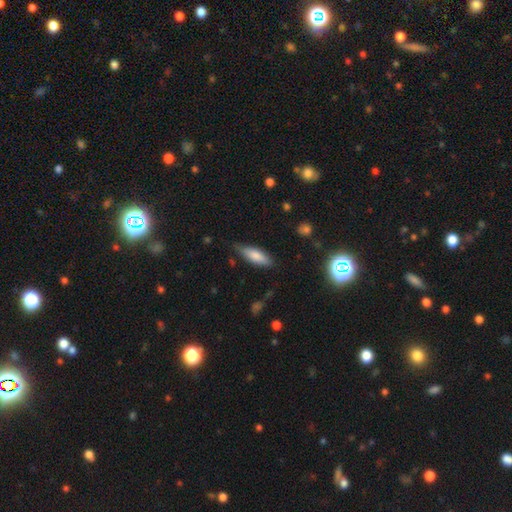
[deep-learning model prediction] smooth 77%, featured or disk 17%, star or artifact 6%. Down the decision tree: how rounded — in between (55%); merging — none (74%).